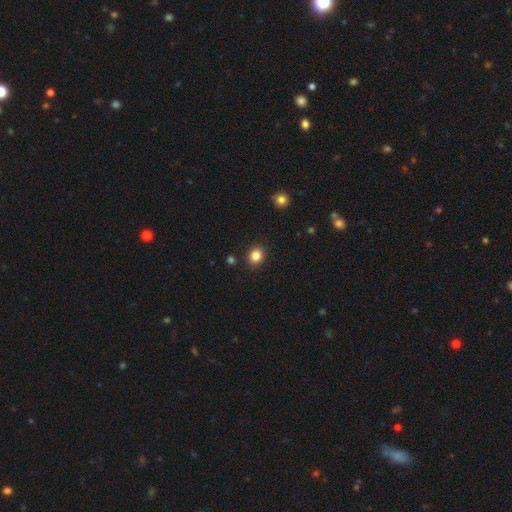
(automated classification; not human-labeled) smooth 84%, star or artifact 11%, featured or disk 5%. Down the decision tree: how rounded — round (69%); merging — none (90%).